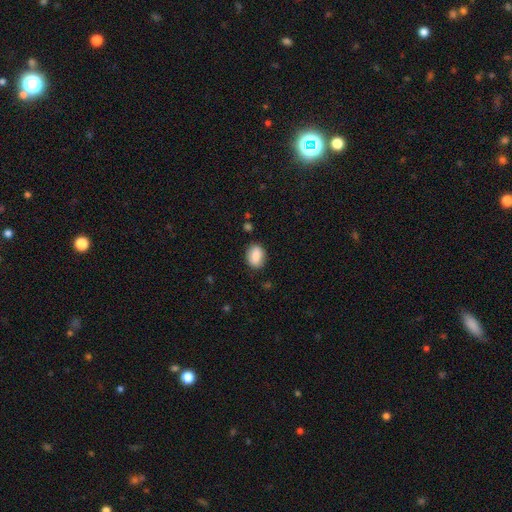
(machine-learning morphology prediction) smooth_or_featured: smooth (p=0.86) [alt: star or artifact p=0.07]
how_rounded: in between (p=0.73) [alt: round p=0.25]
merging: none (p=0.83) [alt: minor disturbance p=0.12]